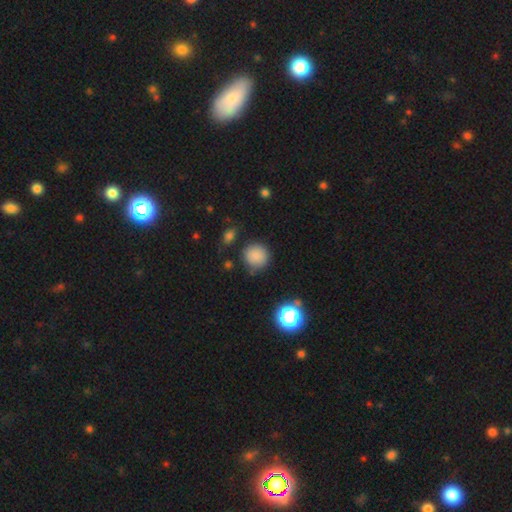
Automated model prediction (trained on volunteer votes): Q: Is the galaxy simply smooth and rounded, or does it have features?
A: smooth — 84%.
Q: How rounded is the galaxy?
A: round — 92%.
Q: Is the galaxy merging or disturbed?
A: none — 82%.